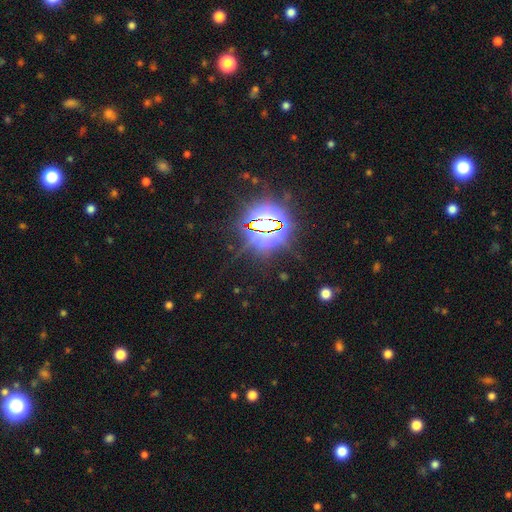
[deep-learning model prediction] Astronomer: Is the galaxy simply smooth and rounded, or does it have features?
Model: star or artifact — 84%.